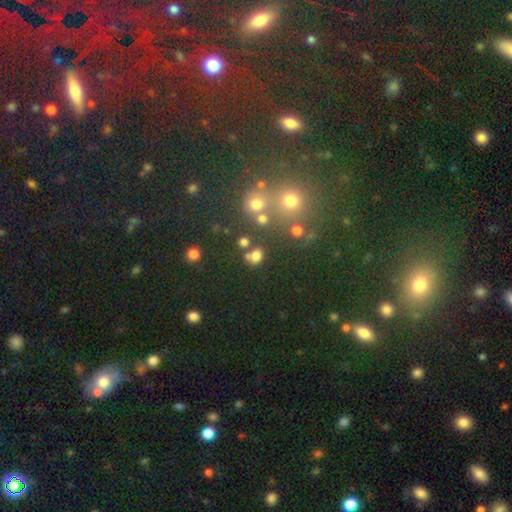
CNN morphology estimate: Smooth or featured? Predicted: smooth (p=0.72). How rounded? Predicted: round (p=0.51). Merging? Predicted: none (p=0.62).